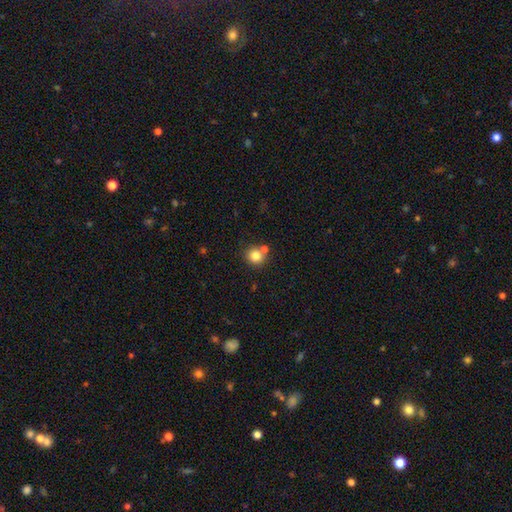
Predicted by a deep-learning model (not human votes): Smooth or featured?
  - smooth: 81% *
  - star or artifact: 11%
  - featured or disk: 8%
How rounded?
  - round: 90% *
  - in between: 9%
  - cigar-shaped: 1%
Merging?
  - none: 66% *
  - merger: 24%
  - minor disturbance: 8%
  - major disturbance: 3%